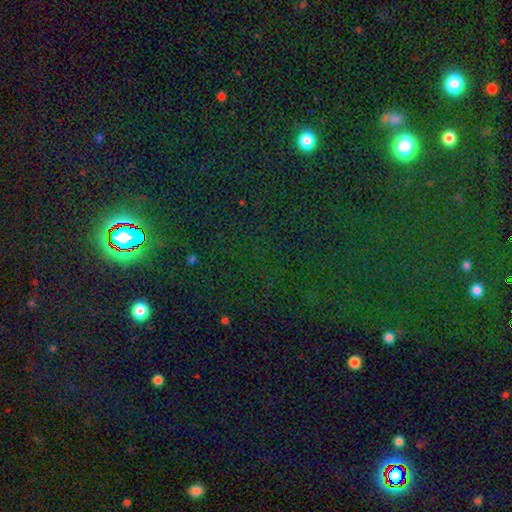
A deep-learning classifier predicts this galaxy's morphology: type=star or artifact (82%).